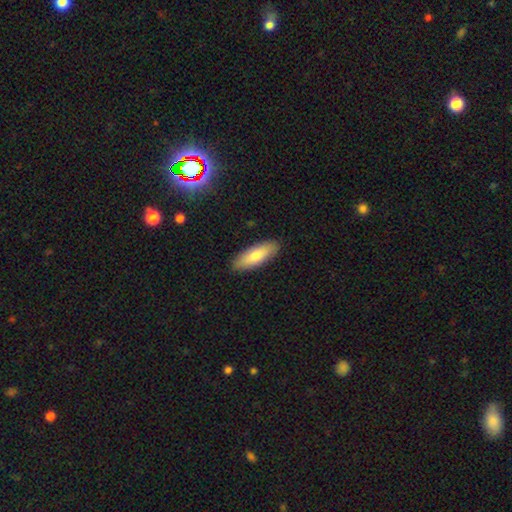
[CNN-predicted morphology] A smooth galaxy with no disk features (75%) that is in between round and cigar-shaped (59%).

Vote fractions:
- Smooth or featured? smooth: 75% / featured or disk: 20% / star or artifact: 6%
- How rounded? in between: 59% / cigar-shaped: 39% / round: 2%
- Merging? none: 89% / minor disturbance: 8% / major disturbance: 2% / merger: 1%